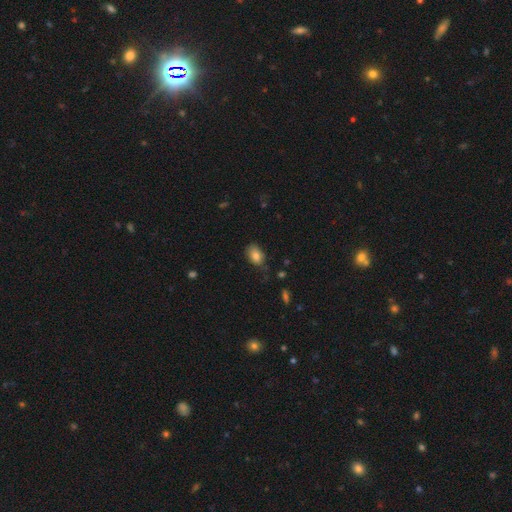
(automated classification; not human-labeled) Smooth or featured: smooth — 81% (featured or disk — 10%)
How rounded: in between — 85% (round — 14%)
Merging: none — 68% (minor disturbance — 24%)